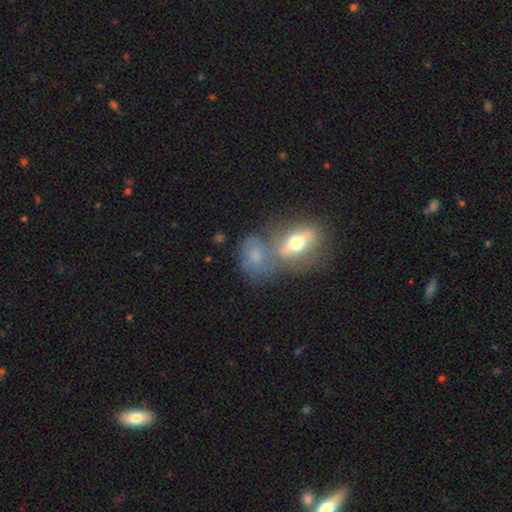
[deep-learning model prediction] Smooth or featured?
  - smooth: 51% *
  - featured or disk: 38%
  - star or artifact: 11%
How rounded?
  - in between: 61% *
  - round: 35%
  - cigar-shaped: 4%
Merging?
  - merger: 53% *
  - none: 29%
  - minor disturbance: 11%
  - major disturbance: 7%